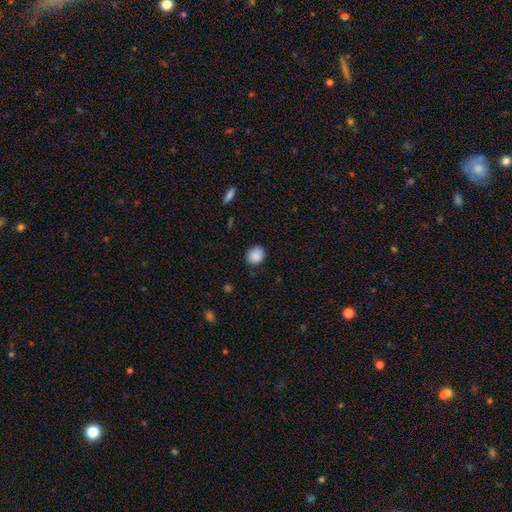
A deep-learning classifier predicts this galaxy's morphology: Q: Smooth or featured?
A: smooth (89%); runner-up: star or artifact (8%)
Q: How rounded?
A: round (76%); runner-up: in between (23%)
Q: Merging?
A: none (86%); runner-up: minor disturbance (11%)